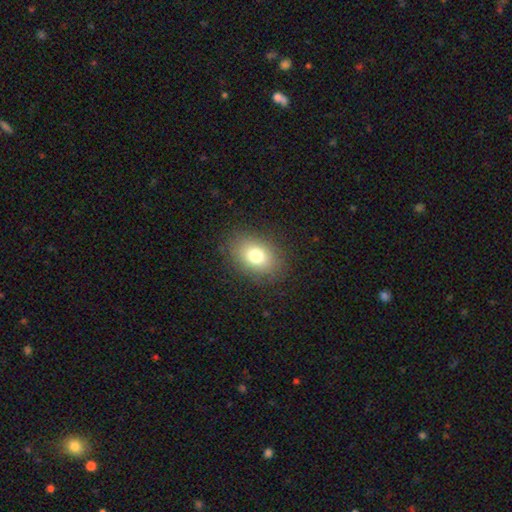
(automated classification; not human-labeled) A smooth galaxy with no disk features (77%) that is in between round and cigar-shaped (74%).

Vote fractions:
- Smooth or featured? smooth: 77% / featured or disk: 12% / star or artifact: 11%
- How rounded? in between: 74% / round: 25% / cigar-shaped: 1%
- Merging? none: 84% / minor disturbance: 10% / major disturbance: 4% / merger: 1%